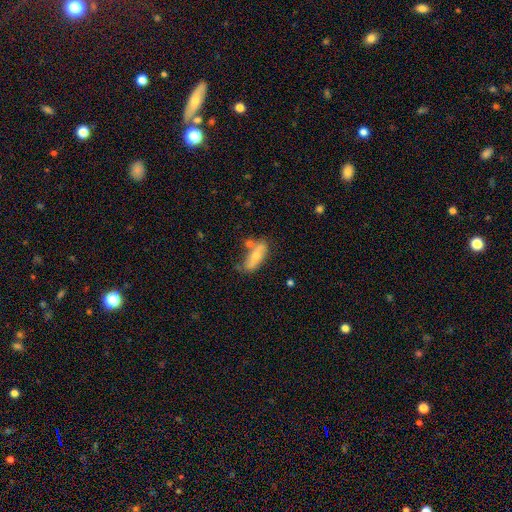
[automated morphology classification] This appears to be a smooth galaxy with no disk features (59%) that is in between round and cigar-shaped (64%). Merging: none (53%).